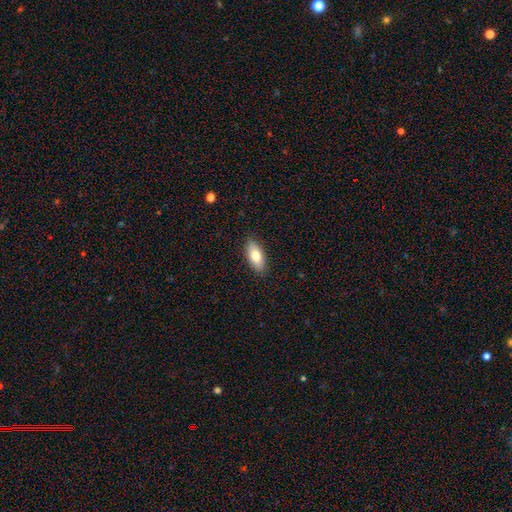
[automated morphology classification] A smooth galaxy with no disk features (78%) that is in between round and cigar-shaped (85%).

Vote fractions:
- Smooth or featured? smooth: 78% / featured or disk: 15% / star or artifact: 6%
- How rounded? in between: 85% / cigar-shaped: 12% / round: 2%
- Merging? none: 88% / minor disturbance: 9% / major disturbance: 2% / merger: 1%